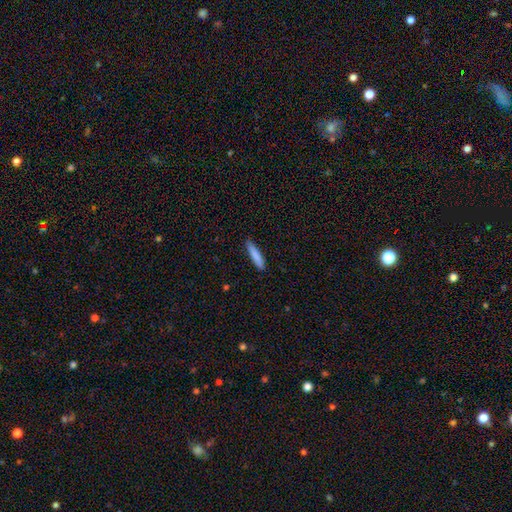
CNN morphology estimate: Q: Smooth or featured?
A: smooth (84%); runner-up: featured or disk (10%)
Q: How rounded?
A: cigar-shaped (86%); runner-up: in between (13%)
Q: Merging?
A: none (87%); runner-up: minor disturbance (10%)